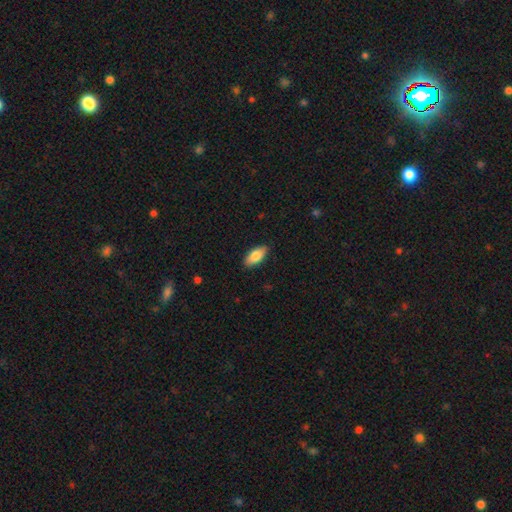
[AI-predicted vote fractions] The model was most divided on "smooth or featured": smooth: 83%, featured or disk: 11%, star or artifact: 6%. More confident: how rounded — in between (89%); merging — none (87%).